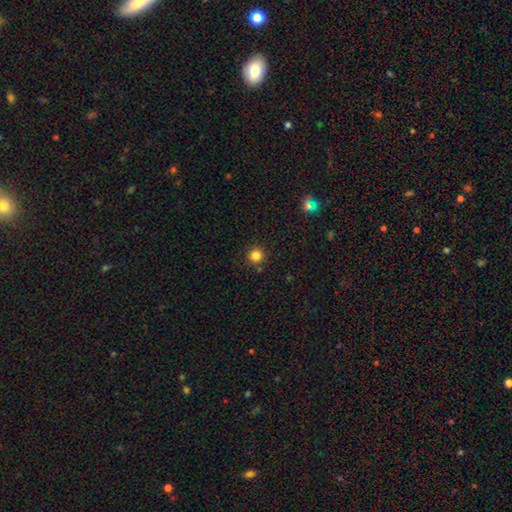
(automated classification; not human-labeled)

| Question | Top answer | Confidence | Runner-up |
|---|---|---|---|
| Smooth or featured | smooth | 83% | star or artifact (13%) |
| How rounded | round | 94% | in between (5%) |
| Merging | none | 88% | minor disturbance (7%) |